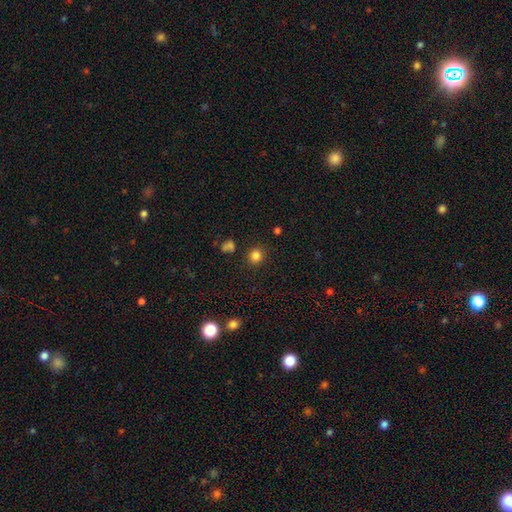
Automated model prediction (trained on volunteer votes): The model was most divided on "smooth or featured": smooth: 82%, star or artifact: 13%, featured or disk: 4%. More confident: merging — none (88%); how rounded — round (84%).